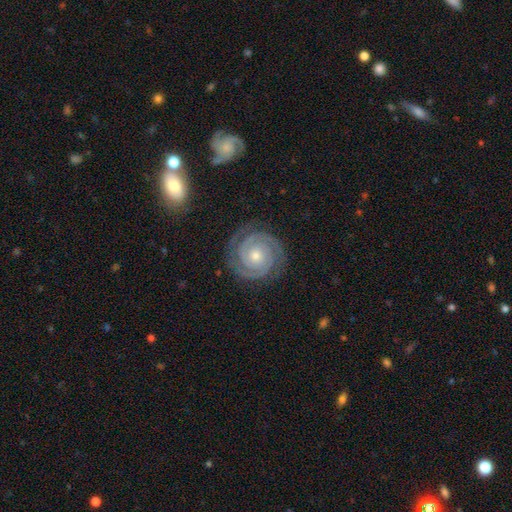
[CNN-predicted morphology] This appears to be a featured or disk galaxy (92%) with no bar (73%), 2 (85%) tight (86%) spiral arms (99%) and a small central bulge (60%). Merging: none (86%).